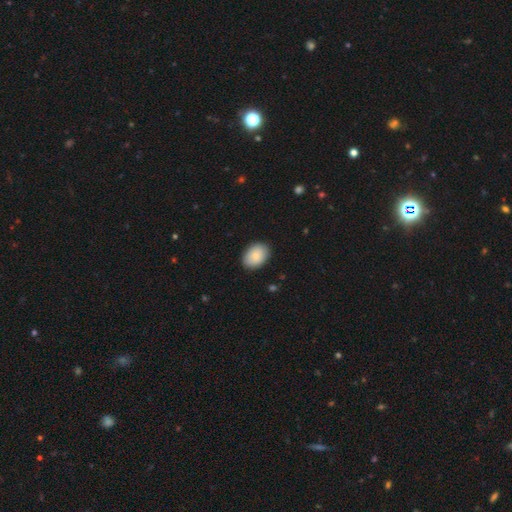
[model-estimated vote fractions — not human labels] A smooth galaxy with no disk features (84%) that is in between round and cigar-shaped (79%). Merging: none (88%).